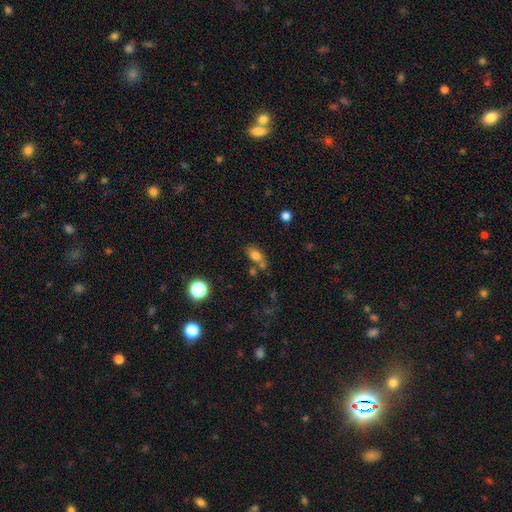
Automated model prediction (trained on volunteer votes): Smooth or featured: smooth — 77% (star or artifact — 12%)
How rounded: in between — 79% (round — 17%)
Merging: none — 54% (merger — 25%)